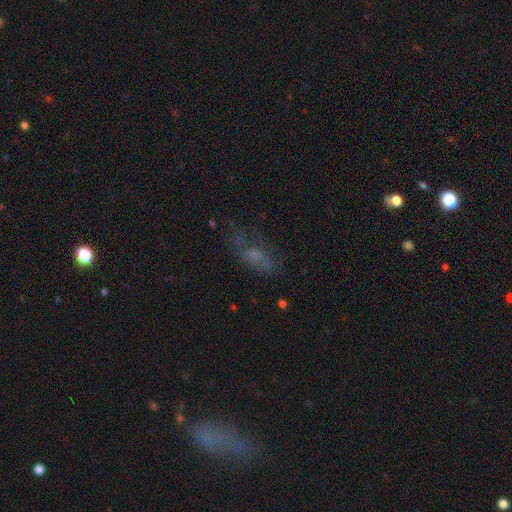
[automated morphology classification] smooth-or-featured: smooth: 42% | featured or disk: 38% | star or artifact: 20%
  merging: none: 46% | major disturbance: 27% | minor disturbance: 23% | merger: 4%